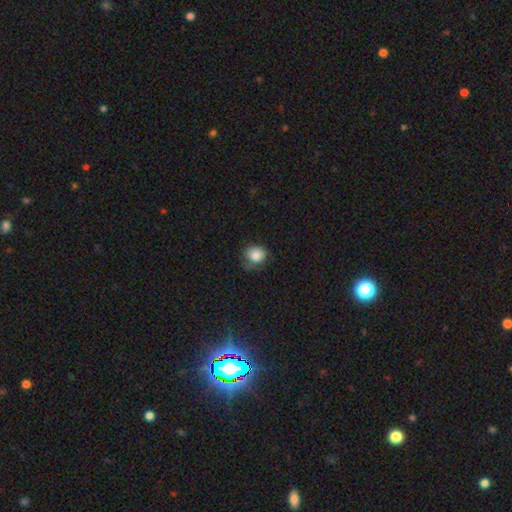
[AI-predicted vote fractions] The model was most divided on "merging": none: 56%, minor disturbance: 30%, major disturbance: 12%, merger: 2%. More confident: smooth or featured — smooth (82%); how rounded — round (78%).